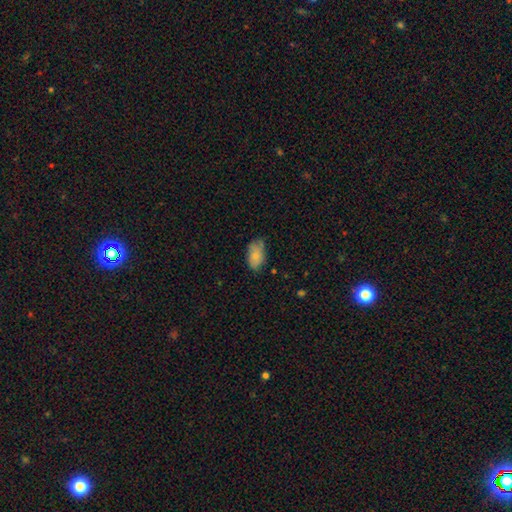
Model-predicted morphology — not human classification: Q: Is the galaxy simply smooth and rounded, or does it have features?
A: smooth — 81%.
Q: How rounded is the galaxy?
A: in between — 93%.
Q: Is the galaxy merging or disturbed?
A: none — 64%.